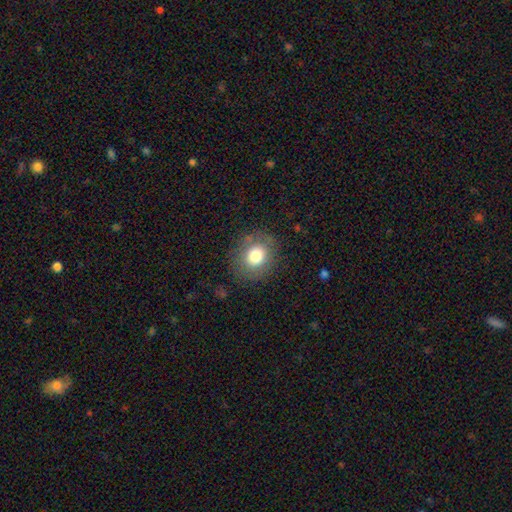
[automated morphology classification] Smooth or featured: smooth — 76% (featured or disk — 14%)
How rounded: round — 73% (in between — 26%)
Merging: none — 81% (minor disturbance — 12%)